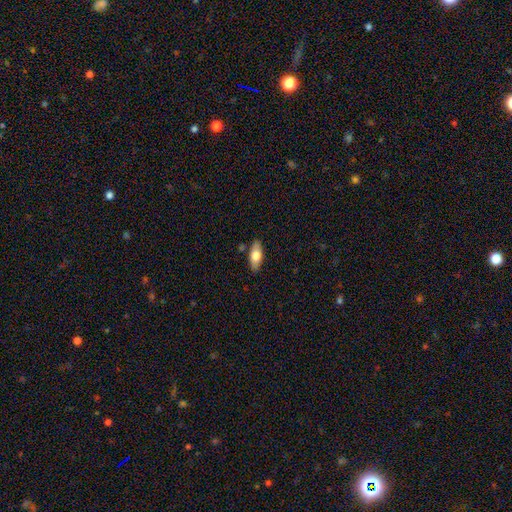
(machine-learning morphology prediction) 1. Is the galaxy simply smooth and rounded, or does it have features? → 70% smooth, 24% featured or disk, 6% star or artifact.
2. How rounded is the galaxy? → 80% in between, 17% cigar-shaped, 3% round.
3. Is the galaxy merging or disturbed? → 84% none, 11% minor disturbance, 2% merger, 2% major disturbance.